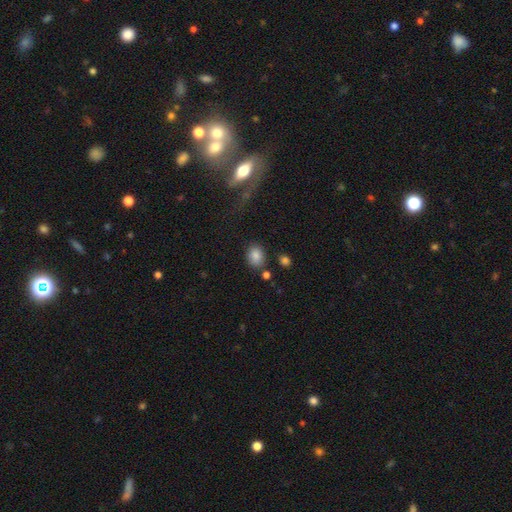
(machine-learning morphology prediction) type=smooth (84%); roundness=in between (55%); merging=none (79%).